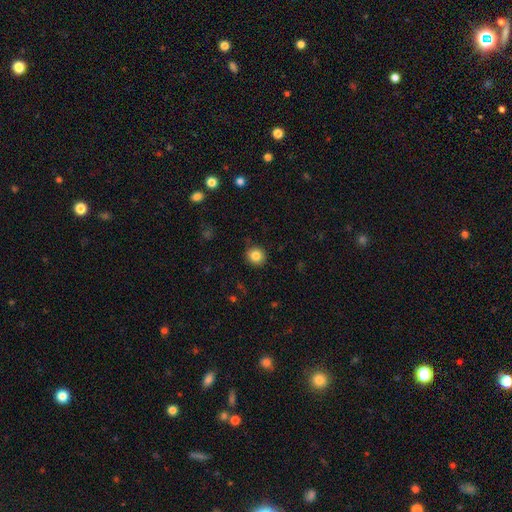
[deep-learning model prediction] smooth-or-featured: smooth: 84% | star or artifact: 10% | featured or disk: 6%
  how-rounded: round: 88% | in between: 11% | cigar-shaped: 1%
  merging: none: 90% | minor disturbance: 7% | major disturbance: 2% | merger: 1%